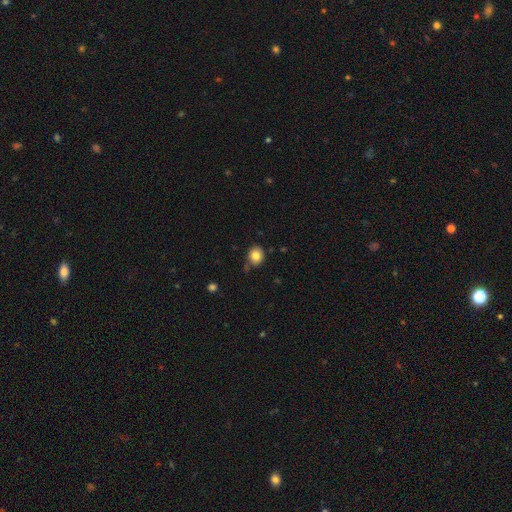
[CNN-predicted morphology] Smooth or featured?
  - smooth: 82% *
  - star or artifact: 10%
  - featured or disk: 7%
How rounded?
  - round: 71% *
  - in between: 28%
  - cigar-shaped: 1%
Merging?
  - none: 75% *
  - minor disturbance: 17%
  - merger: 5%
  - major disturbance: 4%